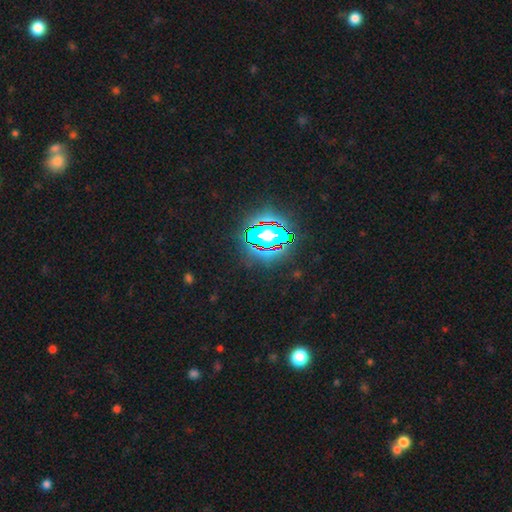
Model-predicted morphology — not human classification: Smooth or featured? Predicted: star or artifact (p=0.85).